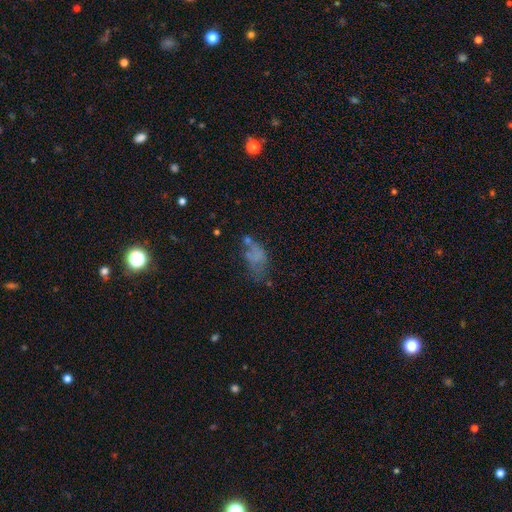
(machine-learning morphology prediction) smooth 51%, featured or disk 31%, star or artifact 18%. Down the decision tree: how rounded — in between (85%); merging — none (36%).